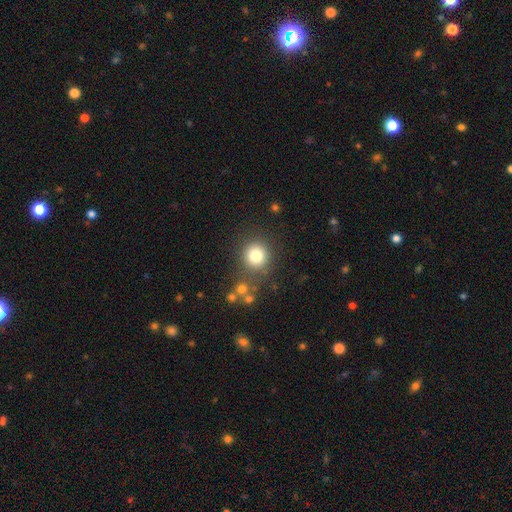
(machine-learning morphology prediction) Smooth or featured? smooth (79%)
How rounded? round (92%)
Merging? none (79%)